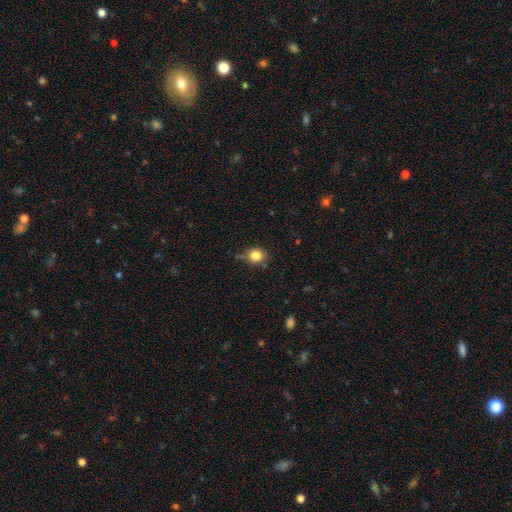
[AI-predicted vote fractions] This is clearly a smooth galaxy (83%). How rounded: likely round (77%). Merging: likely none (72%).